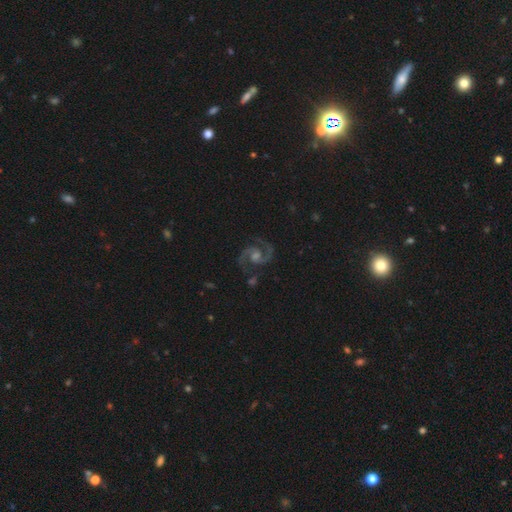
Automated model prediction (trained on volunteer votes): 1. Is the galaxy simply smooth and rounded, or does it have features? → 92% featured or disk, 5% star or artifact, 3% smooth.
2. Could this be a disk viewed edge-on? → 98% no, 2% yes.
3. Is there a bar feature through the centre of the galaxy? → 47% no, 42% weak, 11% strong.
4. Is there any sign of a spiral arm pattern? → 99% yes, 1% no.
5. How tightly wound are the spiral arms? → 67% medium, 21% tight, 12% loose.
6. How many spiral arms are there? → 94% 2, 2% 3, 1% can't tell, 1% 1, 1% 4, 1% more than 4.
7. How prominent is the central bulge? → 53% moderate, 29% small, 9% large, 8% none, 1% dominant.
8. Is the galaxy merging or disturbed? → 83% none, 11% minor disturbance, 4% major disturbance, 2% merger.